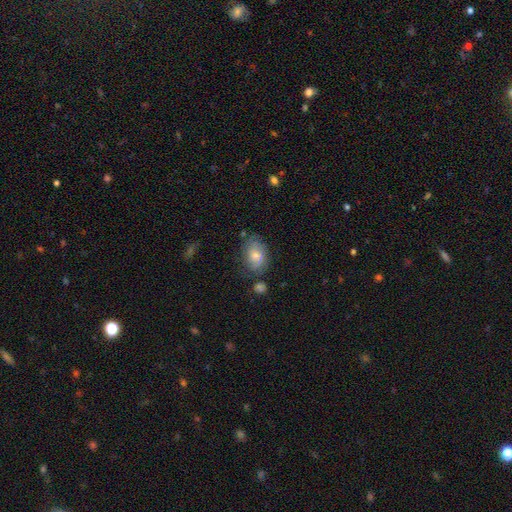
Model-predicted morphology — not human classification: A smooth galaxy with no disk features (63%) that is in between round and cigar-shaped (81%).

Vote fractions:
- Smooth or featured? smooth: 63% / featured or disk: 29% / star or artifact: 9%
- How rounded? in between: 81% / round: 17% / cigar-shaped: 2%
- Merging? none: 57% / minor disturbance: 27% / major disturbance: 10% / merger: 6%